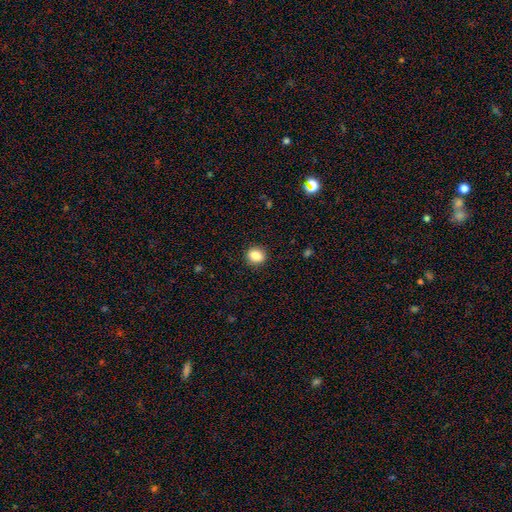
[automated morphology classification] Smooth or featured?
  - smooth: 86% *
  - star or artifact: 9%
  - featured or disk: 4%
How rounded?
  - round: 70% *
  - in between: 29%
  - cigar-shaped: 1%
Merging?
  - none: 90% *
  - minor disturbance: 7%
  - major disturbance: 2%
  - merger: 1%